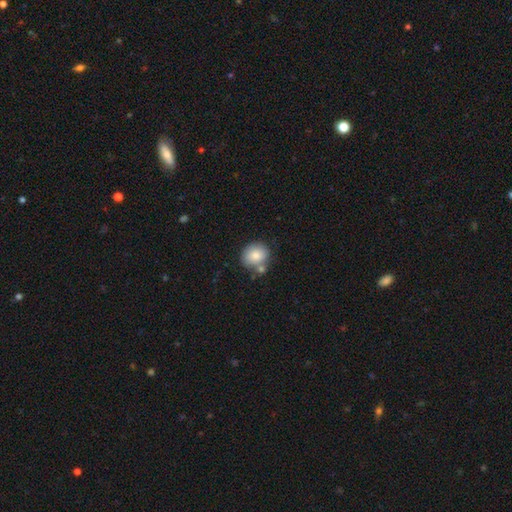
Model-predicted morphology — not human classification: Smooth or featured? smooth (82%)
How rounded? round (71%)
Merging? none (62%)